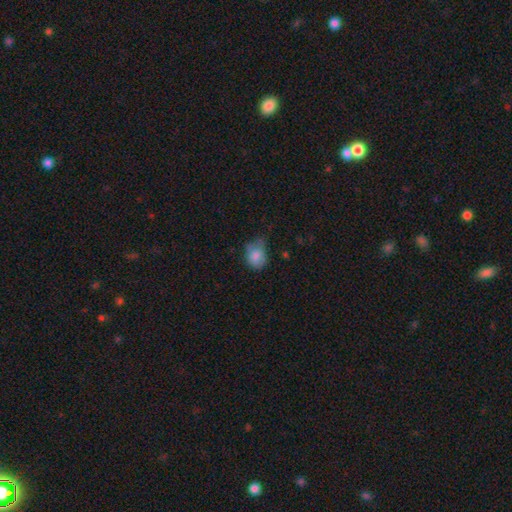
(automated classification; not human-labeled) Smooth or featured? smooth (80%)
How rounded? in between (55%)
Merging? minor disturbance (41%)